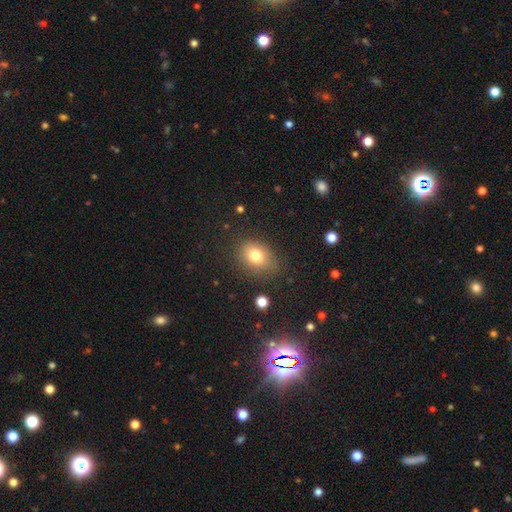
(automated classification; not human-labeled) Smooth or featured: smooth — 78% (star or artifact — 11%)
How rounded: in between — 63% (round — 35%)
Merging: none — 72% (minor disturbance — 19%)